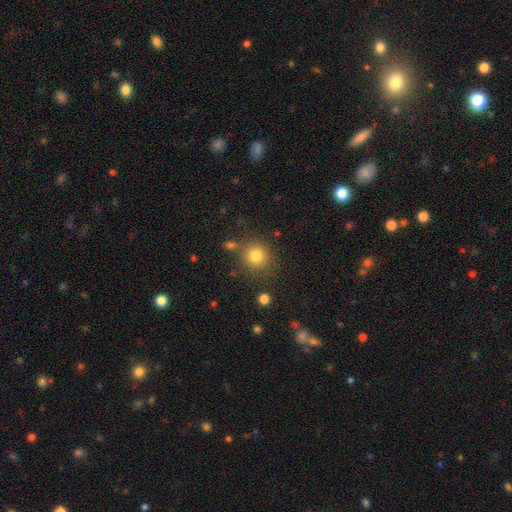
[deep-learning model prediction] smooth 81%, star or artifact 12%, featured or disk 7%. Down the decision tree: how rounded — round (90%); merging — none (78%).